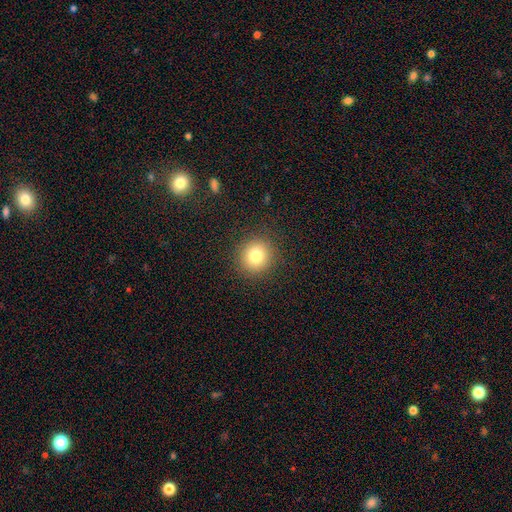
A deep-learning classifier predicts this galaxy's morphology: This appears to be a smooth galaxy with no disk features (80%) that is round (91%). Merging: none (90%).